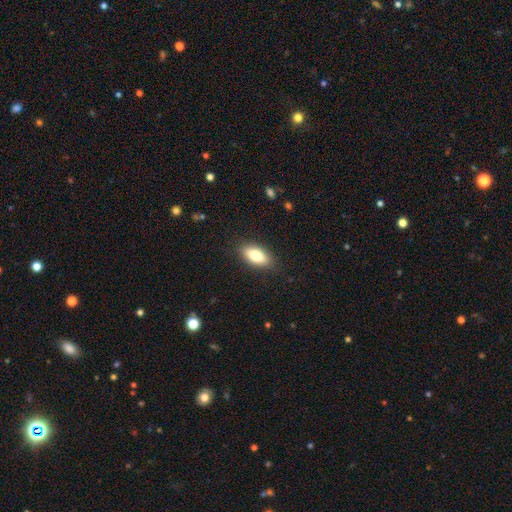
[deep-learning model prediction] A smooth galaxy with no disk features (78%) that is in between round and cigar-shaped (85%).

Vote fractions:
- Smooth or featured? smooth: 78% / featured or disk: 15% / star or artifact: 7%
- How rounded? in between: 85% / cigar-shaped: 11% / round: 4%
- Merging? none: 87% / minor disturbance: 10% / major disturbance: 2% / merger: 1%